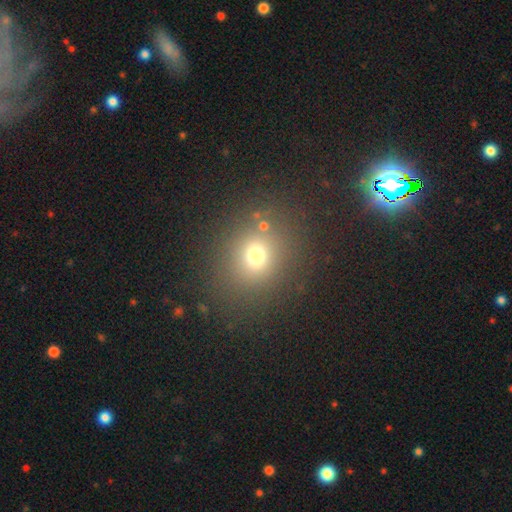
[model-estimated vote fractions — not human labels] Smooth or featured?
  - smooth: 70% *
  - star or artifact: 21%
  - featured or disk: 9%
How rounded?
  - round: 77% *
  - in between: 22%
  - cigar-shaped: 1%
Merging?
  - none: 82% *
  - minor disturbance: 9%
  - major disturbance: 5%
  - merger: 4%